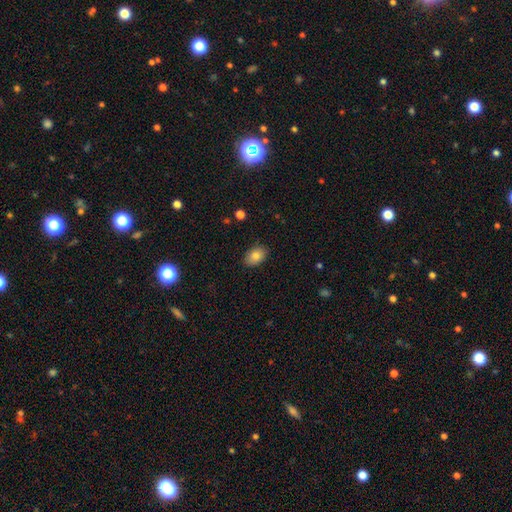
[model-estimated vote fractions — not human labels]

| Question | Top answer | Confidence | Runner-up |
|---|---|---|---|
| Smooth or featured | smooth | 83% | featured or disk (9%) |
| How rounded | in between | 87% | round (12%) |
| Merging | none | 86% | minor disturbance (10%) |